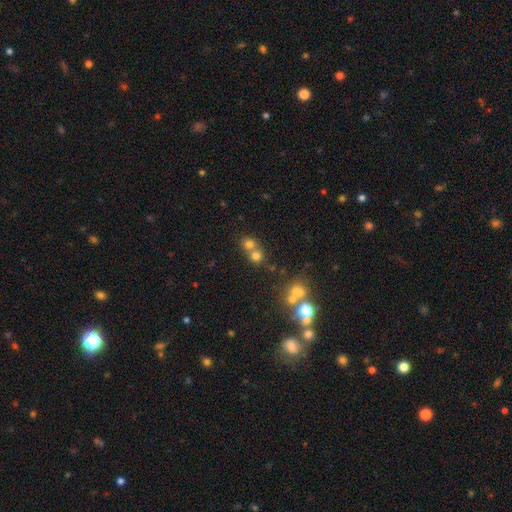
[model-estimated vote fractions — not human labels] This appears to be a smooth galaxy with no disk features (68%) that is round (84%). Merging: merger (47%).